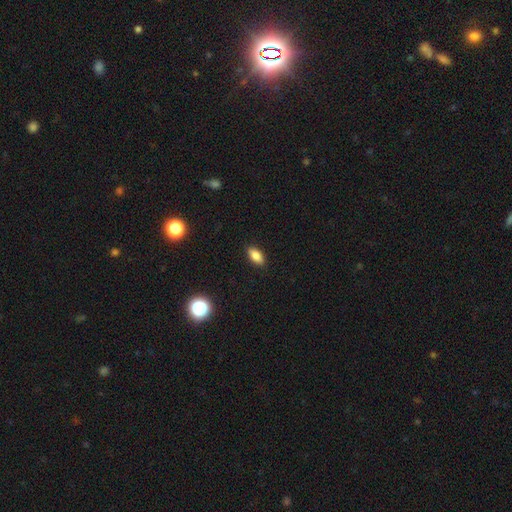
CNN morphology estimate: smooth 83%, star or artifact 9%, featured or disk 8%. Down the decision tree: how rounded — in between (88%); merging — none (89%).